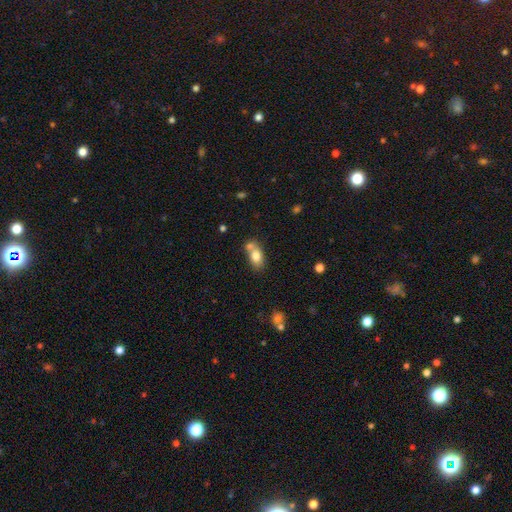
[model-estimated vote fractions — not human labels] Smooth or featured?
  - smooth: 78% *
  - featured or disk: 13%
  - star or artifact: 8%
How rounded?
  - in between: 82% *
  - round: 14%
  - cigar-shaped: 4%
Merging?
  - none: 43% *
  - merger: 40%
  - minor disturbance: 13%
  - major disturbance: 5%